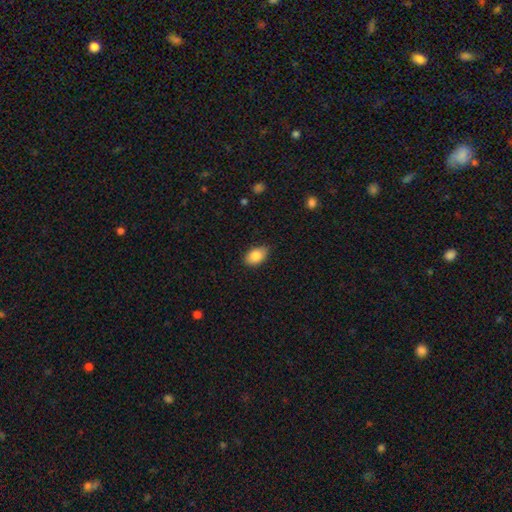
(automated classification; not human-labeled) A smooth galaxy with no disk features (85%) that is in between round and cigar-shaped (89%). Merging: none (82%).